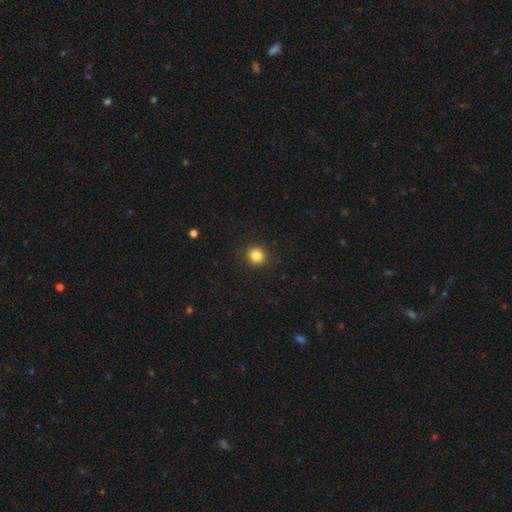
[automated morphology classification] Overall: smooth (84%). How rounded: round (91%). Merging: none (91%).